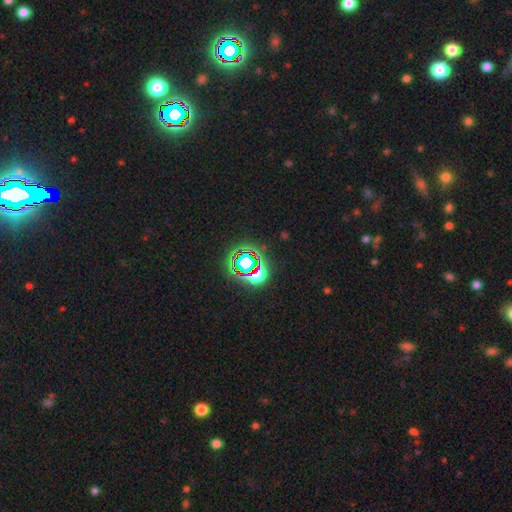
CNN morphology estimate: Overall: star or artifact (80%).